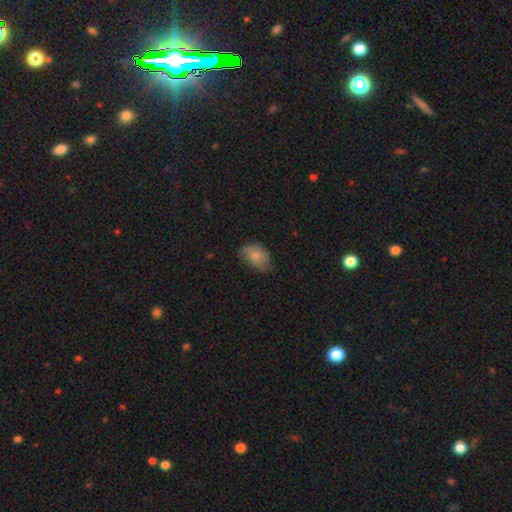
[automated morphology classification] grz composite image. It shows a smooth galaxy with no disk features (80%) that is in between round and cigar-shaped (85%). Merging: none (59%).